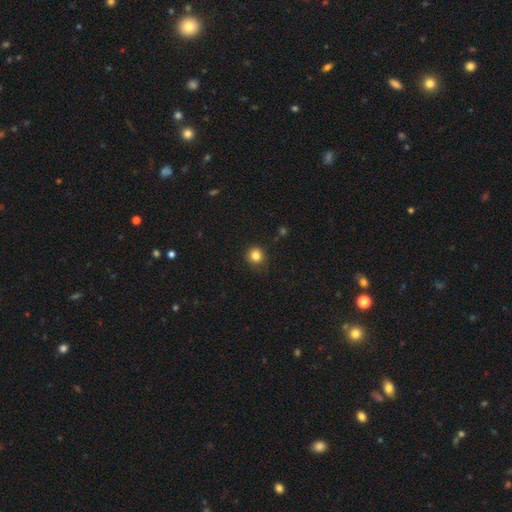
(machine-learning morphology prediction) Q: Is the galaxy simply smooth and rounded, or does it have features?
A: smooth — 83%.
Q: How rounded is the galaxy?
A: round — 89%.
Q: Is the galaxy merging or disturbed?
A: none — 84%.